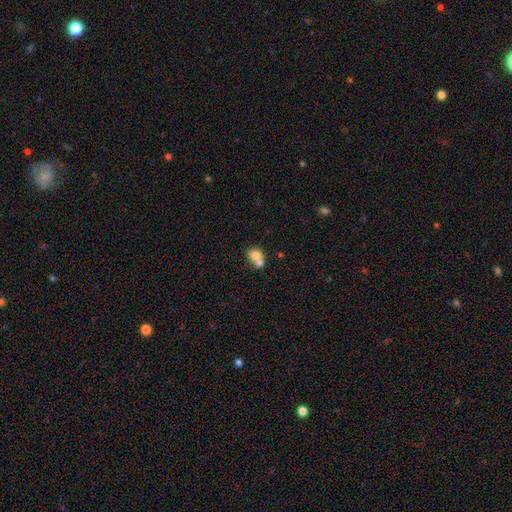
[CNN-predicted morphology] Overall: smooth (74%). How rounded: round (68%; in between 31%). Merging: merger (61%; none 29%).